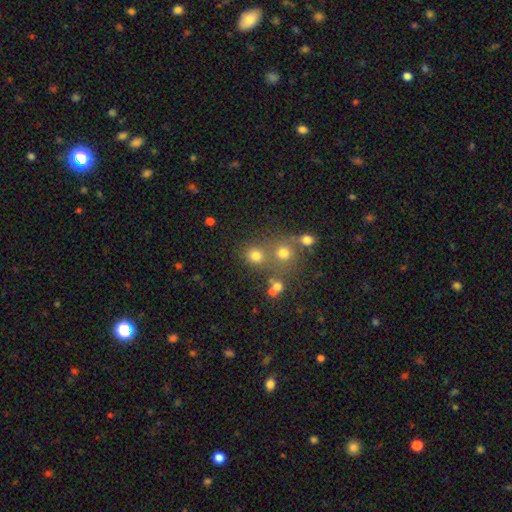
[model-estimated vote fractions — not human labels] Morphology: type=smooth (74%); roundness=round (81%); merging=none (60%).